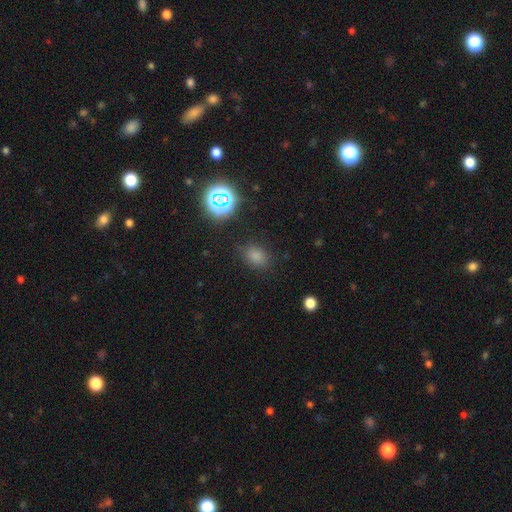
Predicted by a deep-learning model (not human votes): smooth_or_featured: smooth (p=0.70) [alt: star or artifact p=0.24]
how_rounded: in between (p=0.56) [alt: round p=0.42]
merging: none (p=0.85) [alt: minor disturbance p=0.10]